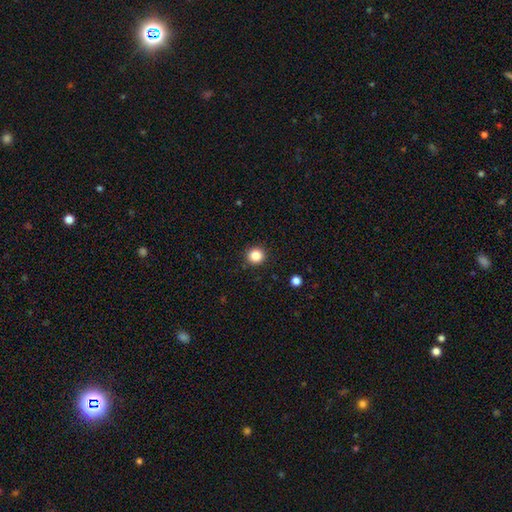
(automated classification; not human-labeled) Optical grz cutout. It shows a smooth galaxy with no disk features (85%) that is round (93%). Merging: none (92%).